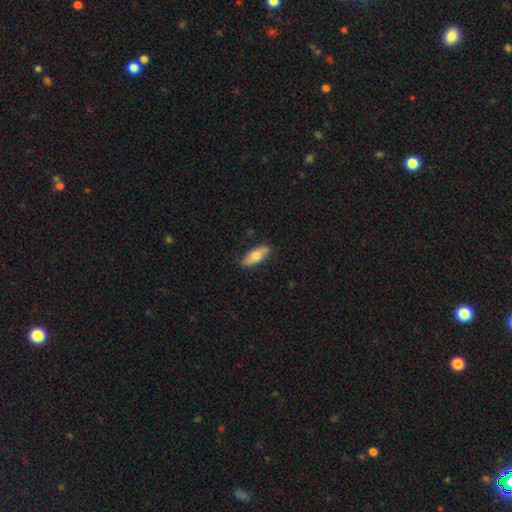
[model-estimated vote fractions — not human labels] Overall: smooth (72%). How rounded: in between (74%). Merging: none (86%).